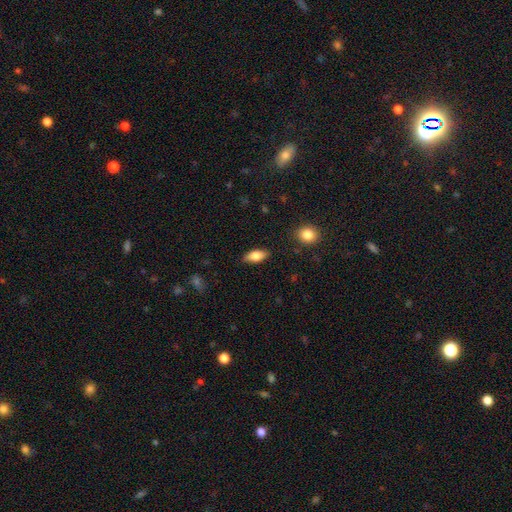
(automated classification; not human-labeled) This appears to be a smooth galaxy with no disk features (79%) that is in between round and cigar-shaped (85%). Merging: none (84%).